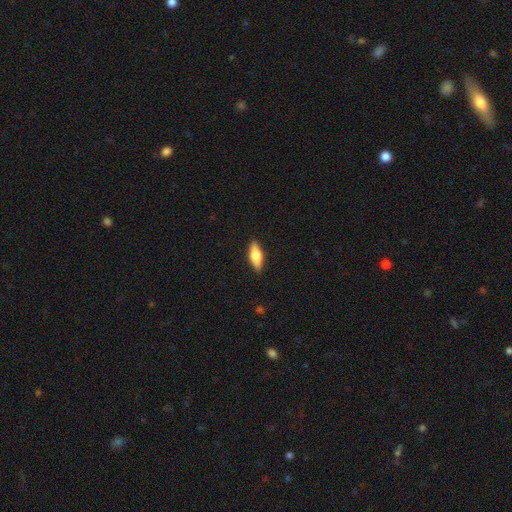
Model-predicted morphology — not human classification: Smooth or featured? Predicted: smooth (p=0.61). How rounded? Predicted: in between (p=0.64). Merging? Predicted: none (p=0.89).